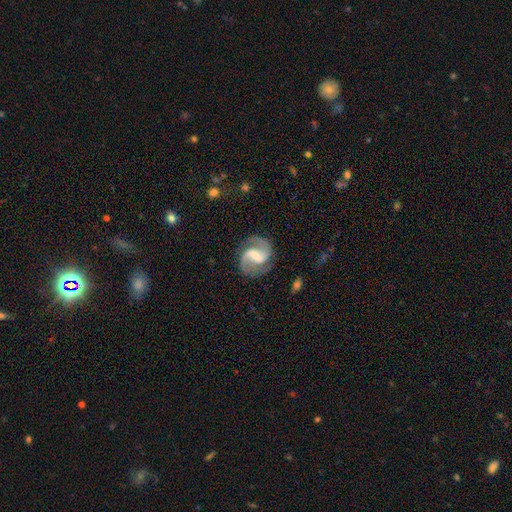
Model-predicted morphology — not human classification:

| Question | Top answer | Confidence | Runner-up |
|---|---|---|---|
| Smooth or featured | featured or disk | 89% | smooth (6%) |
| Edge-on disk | no | 98% | yes (2%) |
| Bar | weak | 48% | strong (39%) |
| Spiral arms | yes | 97% | no (3%) |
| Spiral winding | medium | 58% | loose (26%) |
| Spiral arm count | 2 | 93% | can't tell (2%) |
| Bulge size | small | 32% | none (30%) |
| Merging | none | 80% | minor disturbance (13%) |